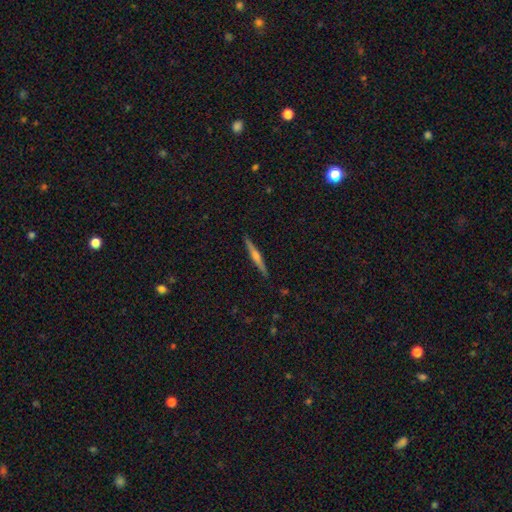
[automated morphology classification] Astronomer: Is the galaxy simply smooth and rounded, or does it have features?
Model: featured or disk — 66%.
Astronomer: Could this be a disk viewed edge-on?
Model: yes — 98%.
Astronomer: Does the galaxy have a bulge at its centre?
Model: rounded — 77%.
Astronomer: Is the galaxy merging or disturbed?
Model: none — 91%.